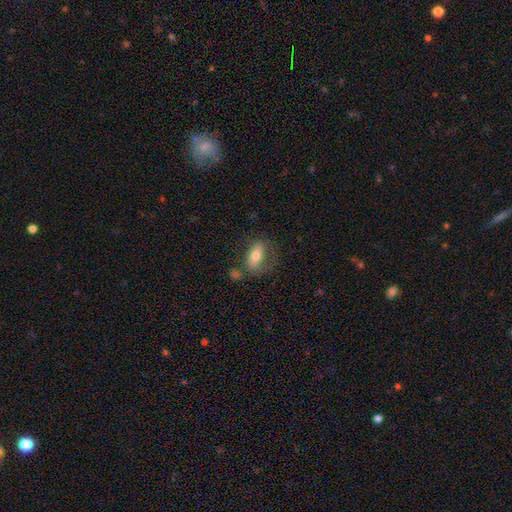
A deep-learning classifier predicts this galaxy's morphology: The model was most divided on "smooth or featured": smooth: 59%, featured or disk: 33%, star or artifact: 8%. More confident: how rounded — in between (81%); merging — none (53%).